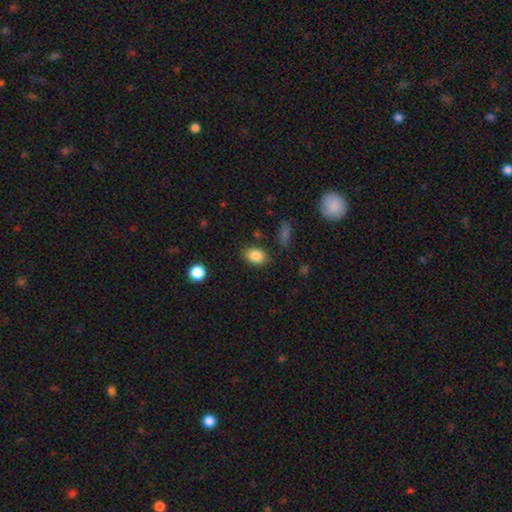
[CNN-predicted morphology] This appears to be a smooth galaxy with no disk features (86%) that is in between round and cigar-shaped (78%). Merging: none (83%).